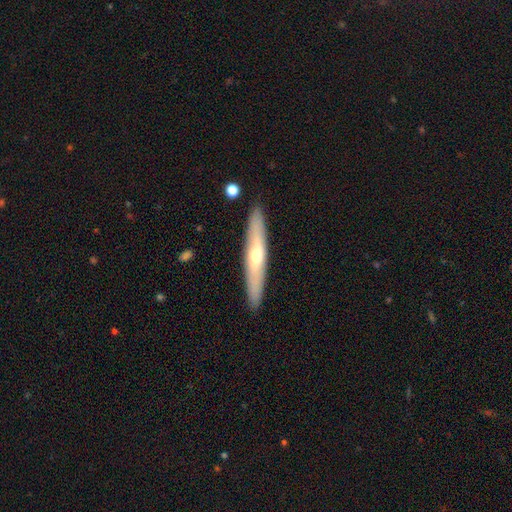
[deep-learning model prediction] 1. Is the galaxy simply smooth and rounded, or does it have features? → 56% featured or disk, 39% smooth, 6% star or artifact.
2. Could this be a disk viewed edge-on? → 85% yes, 15% no.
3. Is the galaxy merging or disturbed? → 91% none, 7% minor disturbance, 1% major disturbance, 1% merger.